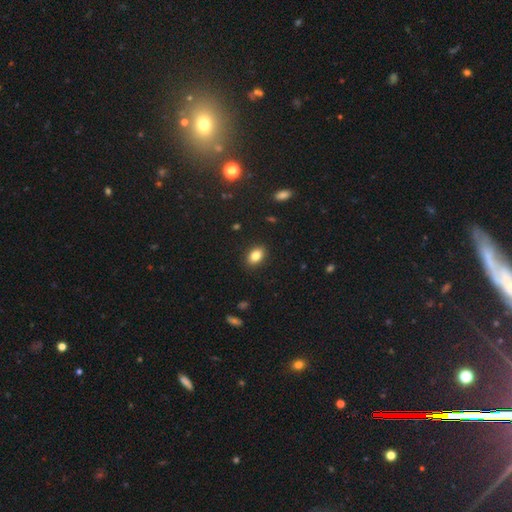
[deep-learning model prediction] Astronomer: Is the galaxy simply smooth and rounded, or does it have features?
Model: smooth — 83%.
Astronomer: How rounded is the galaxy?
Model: in between — 82%.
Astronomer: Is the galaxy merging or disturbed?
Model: none — 88%.